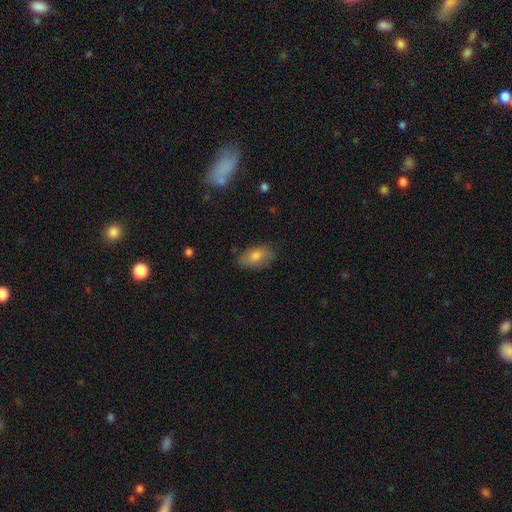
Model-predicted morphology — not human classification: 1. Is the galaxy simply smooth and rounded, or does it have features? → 67% smooth, 21% featured or disk, 12% star or artifact.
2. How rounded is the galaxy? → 88% in between, 9% round, 3% cigar-shaped.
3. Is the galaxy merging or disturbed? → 80% none, 15% minor disturbance, 3% major disturbance, 2% merger.